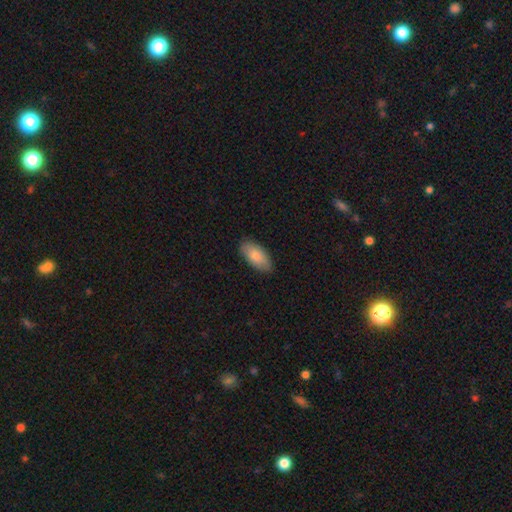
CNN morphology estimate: A smooth galaxy with no disk features (86%) that is in between round and cigar-shaped (92%).

Vote fractions:
- Smooth or featured? smooth: 86% / featured or disk: 9% / star or artifact: 5%
- How rounded? in between: 92% / cigar-shaped: 6% / round: 2%
- Merging? none: 84% / minor disturbance: 13% / major disturbance: 2% / merger: 1%